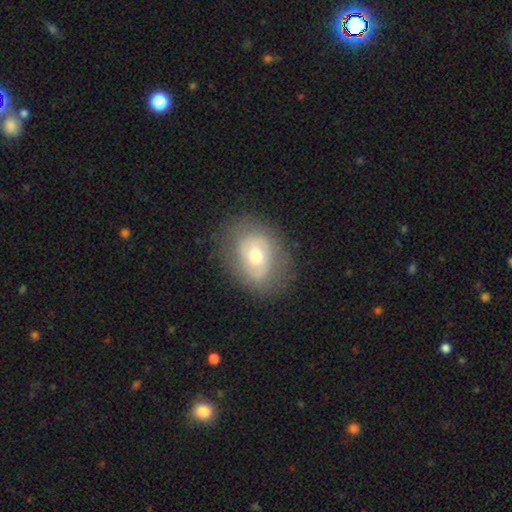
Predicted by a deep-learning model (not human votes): Smooth or featured?
  - featured or disk: 49% *
  - smooth: 43%
  - star or artifact: 8%
Merging?
  - none: 75% *
  - minor disturbance: 16%
  - major disturbance: 7%
  - merger: 1%